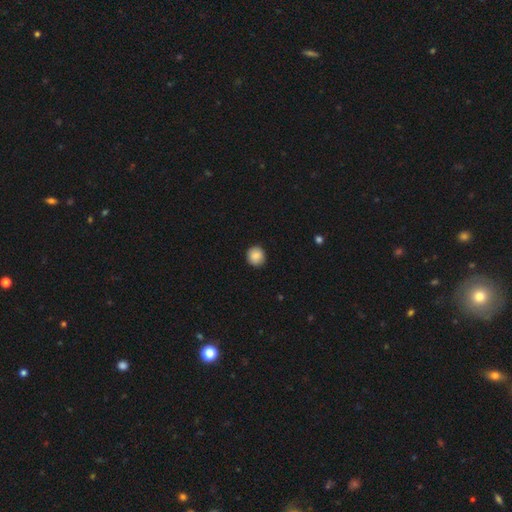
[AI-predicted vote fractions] Q: Smooth or featured?
A: smooth (88%); runner-up: star or artifact (8%)
Q: How rounded?
A: round (91%); runner-up: in between (8%)
Q: Merging?
A: none (90%); runner-up: minor disturbance (7%)